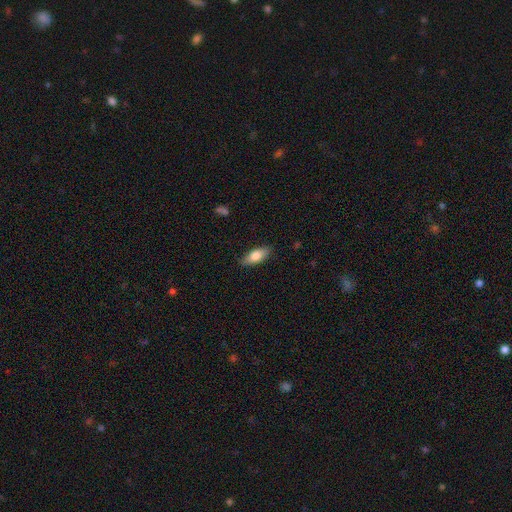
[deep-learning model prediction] This is likely a smooth galaxy (78%). How rounded: clearly in between (80%). Merging: clearly none (85%).